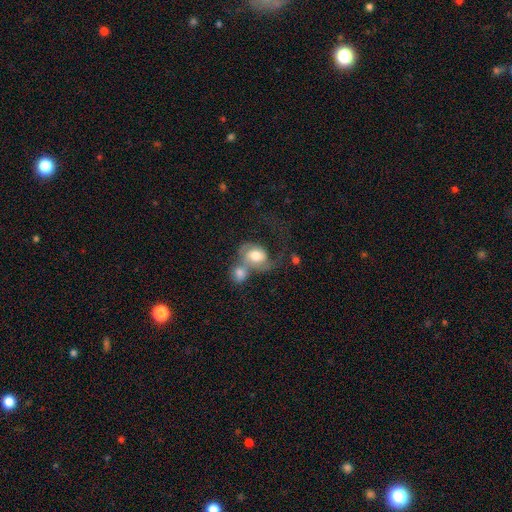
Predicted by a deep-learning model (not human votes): smooth_or_featured: featured or disk (p=0.55) [alt: smooth p=0.38]
disk_edge_on: no (p=0.97) [alt: yes p=0.03]
bar: no (p=0.68) [alt: weak p=0.27]
has_spiral_arms: yes (p=0.83) [alt: no p=0.17]
bulge_size: moderate (p=0.61) [alt: large p=0.25]
merging: merger (p=0.64) [alt: major disturbance p=0.14]